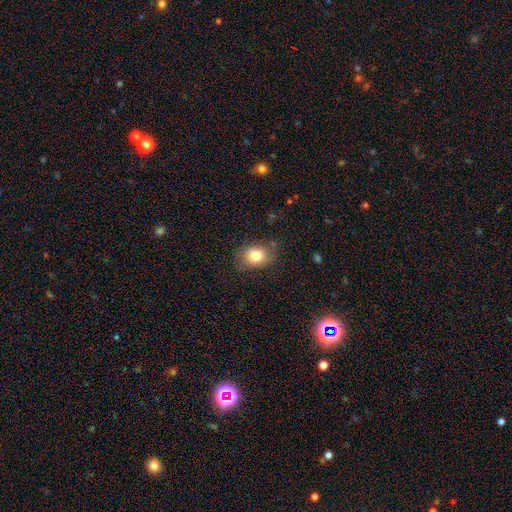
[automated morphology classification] Q: Smooth or featured?
A: smooth (80%); runner-up: featured or disk (11%)
Q: How rounded?
A: in between (56%); runner-up: round (43%)
Q: Merging?
A: none (74%); runner-up: minor disturbance (19%)